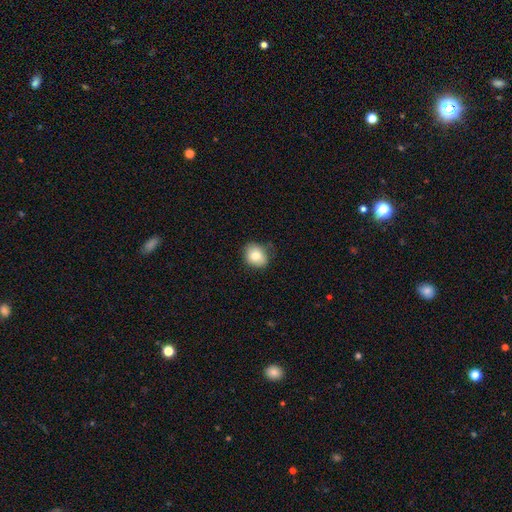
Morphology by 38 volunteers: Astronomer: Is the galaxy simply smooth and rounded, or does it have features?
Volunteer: smooth — 89%.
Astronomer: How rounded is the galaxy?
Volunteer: round — 56% (runner-up: in between, 44%).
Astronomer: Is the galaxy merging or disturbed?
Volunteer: none — 73%.